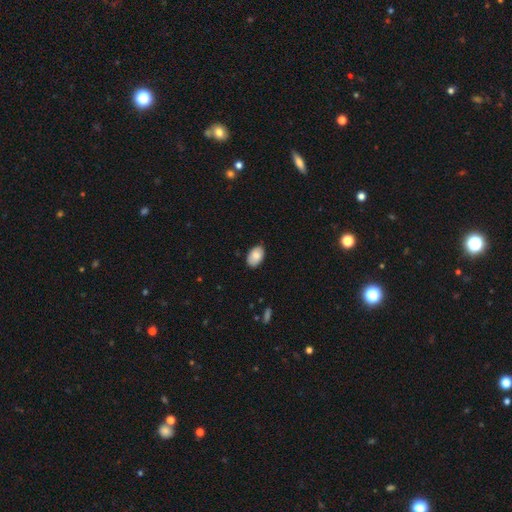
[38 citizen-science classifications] This is clearly a smooth galaxy (89%). How rounded: clearly in between (97%). Merging: clearly none (81%).